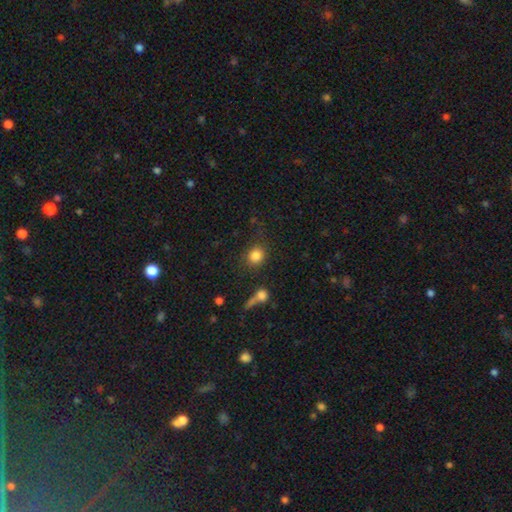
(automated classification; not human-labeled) Morphology: type=smooth (84%); roundness=round (78%); merging=none (77%).